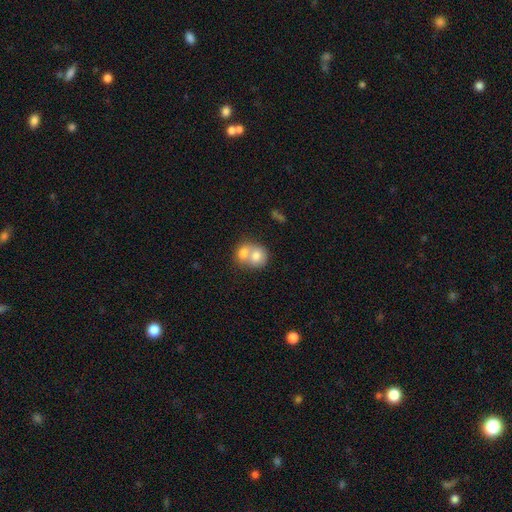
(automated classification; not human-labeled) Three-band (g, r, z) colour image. It shows a smooth galaxy with no disk features (71%) that is round (63%). Merging: merger (73%).